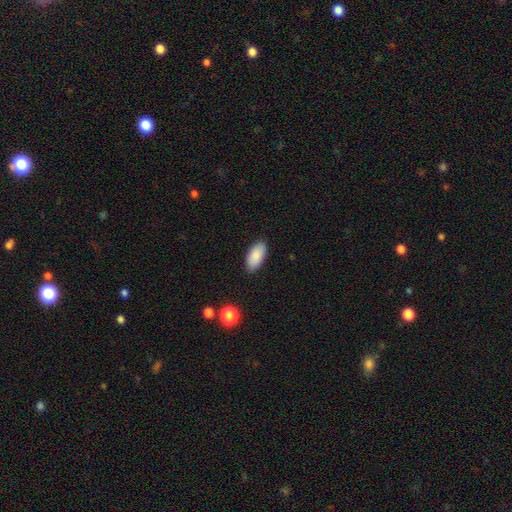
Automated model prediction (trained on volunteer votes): This is clearly a smooth galaxy (87%). How rounded: clearly in between (93%). Merging: clearly none (87%).